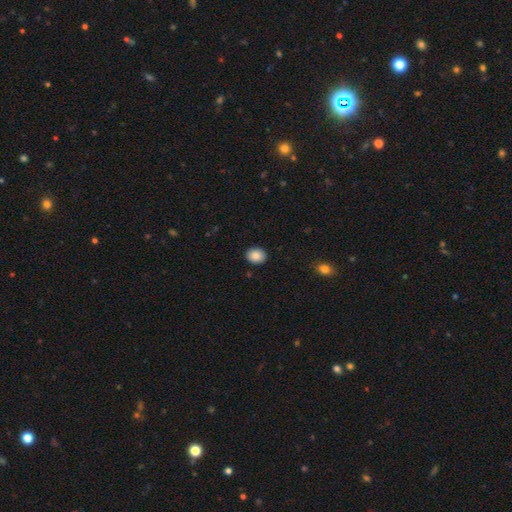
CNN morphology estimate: This is clearly a smooth galaxy (88%). How rounded: likely round (60%). Merging: clearly none (91%).